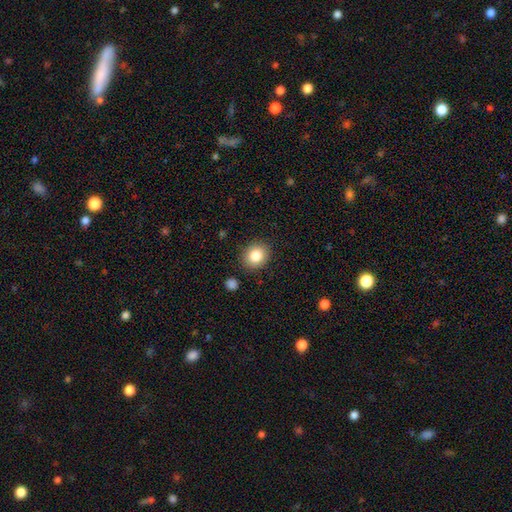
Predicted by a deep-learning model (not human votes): Overall: smooth (83%). How rounded: round (73%). Merging: none (88%).